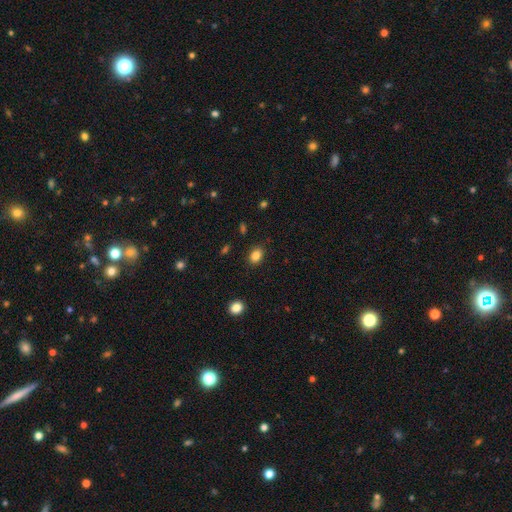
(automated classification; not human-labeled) The model was most divided on "how rounded": in between: 65%, round: 34%, cigar-shaped: 1%. More confident: merging — none (87%); smooth or featured — smooth (84%).